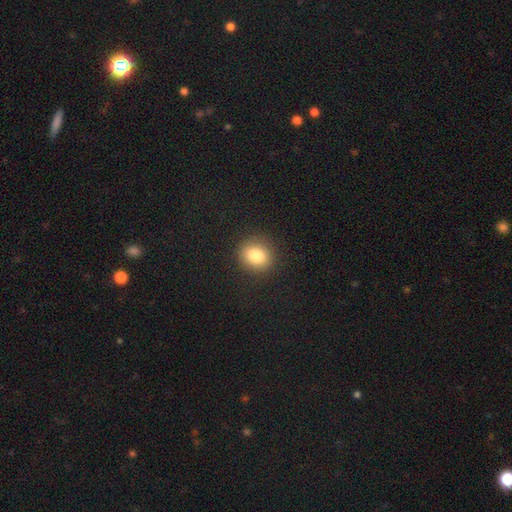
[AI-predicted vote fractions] Morphology: type=smooth (83%); roundness=round (76%); merging=none (90%).